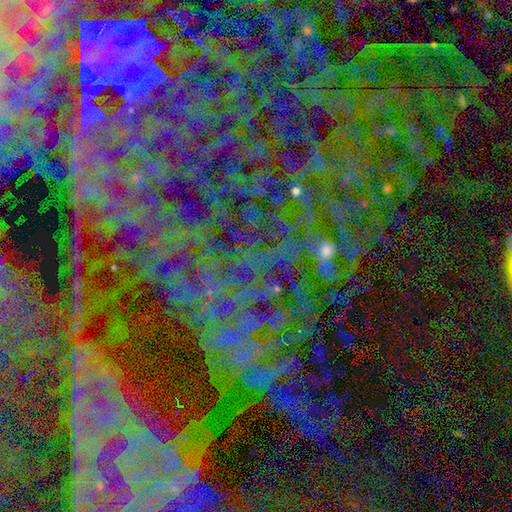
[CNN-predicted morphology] This is likely a star or artifact rather than a galaxy (80%).